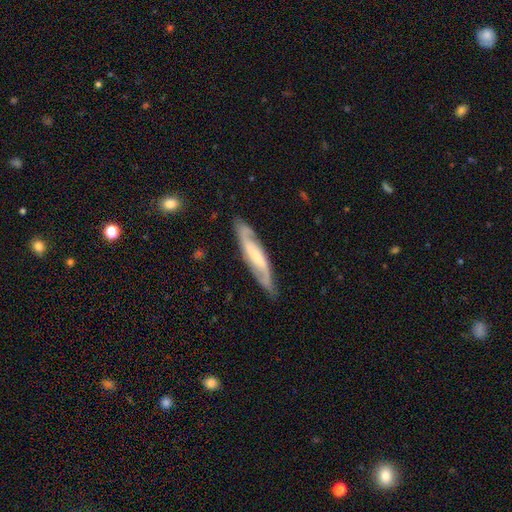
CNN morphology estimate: type=featured or disk (78%); edge-on=no (76%); bar=weak (40%); spiral arms=yes (95%); winding=medium (48%); arm count=2 (88%); bulge=small (43%); merging=none (81%).